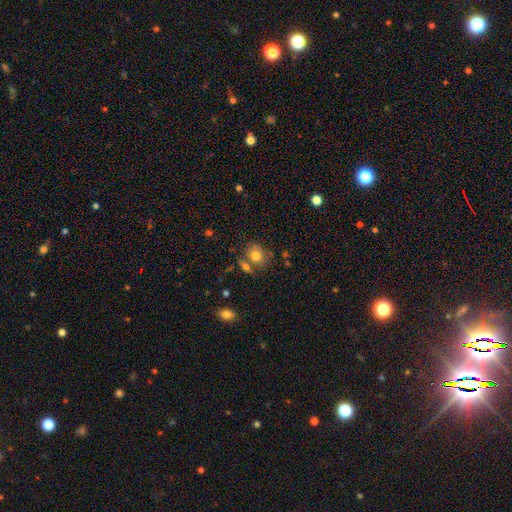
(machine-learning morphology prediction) smooth 76%, featured or disk 13%, star or artifact 10%. Down the decision tree: how rounded — round (65%); merging — none (62%).